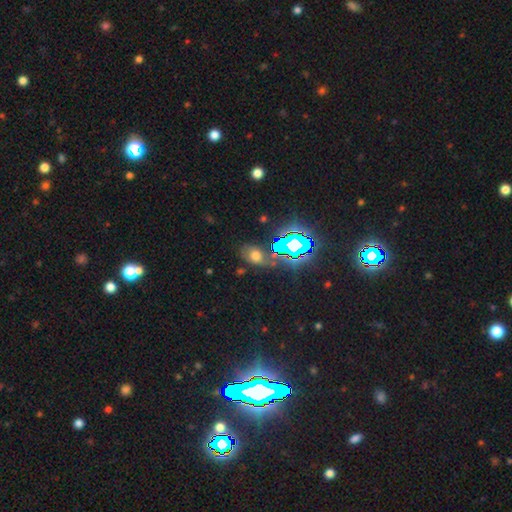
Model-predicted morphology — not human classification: Smooth or featured: smooth — 51% (star or artifact — 35%)
How rounded: in between — 73% (round — 24%)
Merging: none — 64% (minor disturbance — 20%)